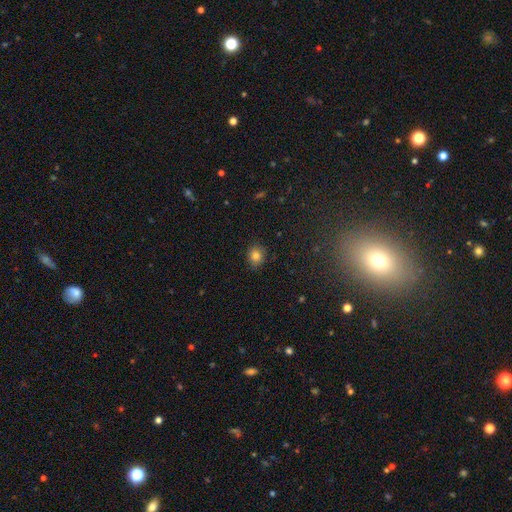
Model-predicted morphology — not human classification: type=smooth (82%); roundness=round (75%); merging=none (84%).